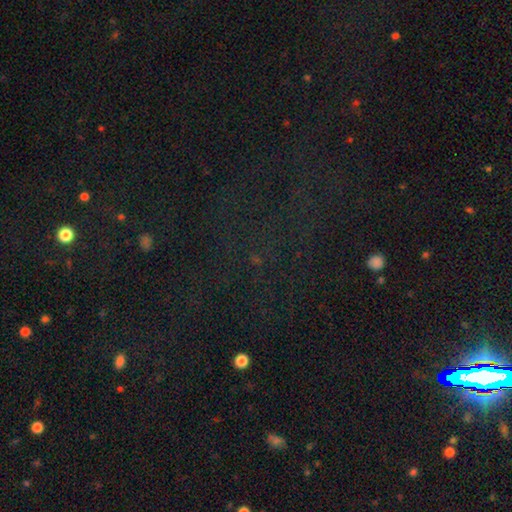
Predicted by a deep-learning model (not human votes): A star or artifact, not a galaxy (73%).